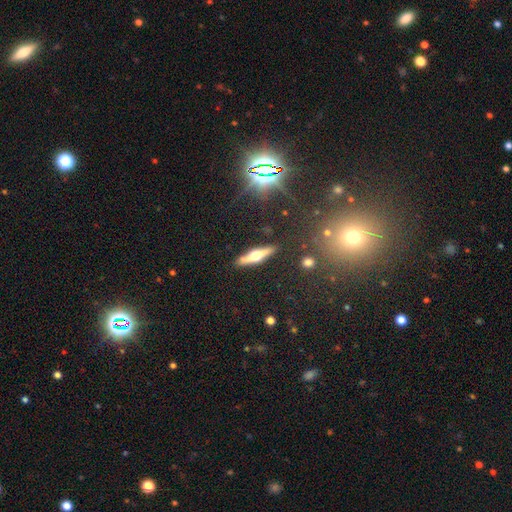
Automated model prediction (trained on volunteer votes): This appears to be a featured or disk galaxy (58%) viewed edge-on (95%) with a rounded central bulge (93%). Merging: none (88%).